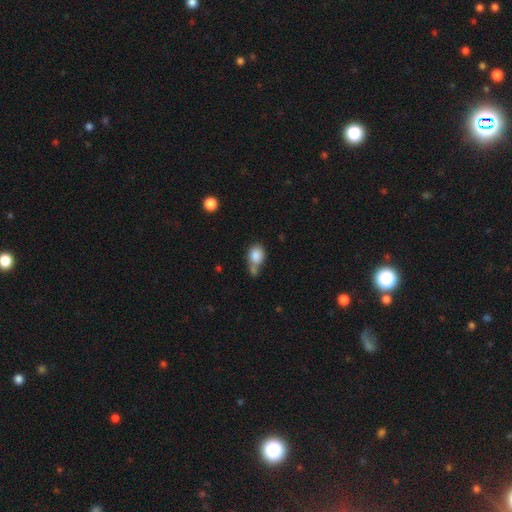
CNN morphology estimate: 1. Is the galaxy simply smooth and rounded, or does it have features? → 83% smooth, 9% star or artifact, 8% featured or disk.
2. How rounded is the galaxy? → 51% in between, 47% round, 2% cigar-shaped.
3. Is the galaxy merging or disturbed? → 38% merger, 36% none, 17% minor disturbance, 8% major disturbance.